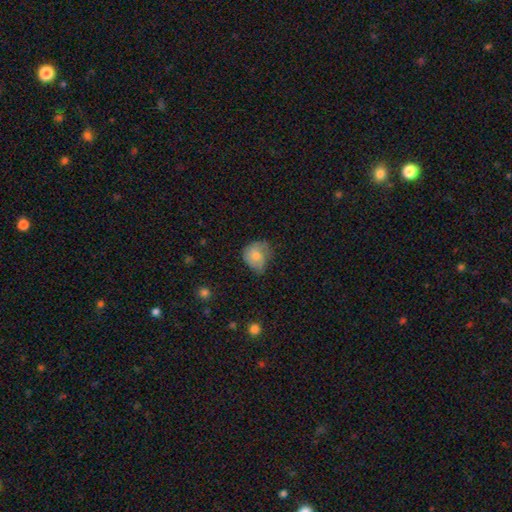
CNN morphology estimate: smooth 70%, featured or disk 22%, star or artifact 8%. Down the decision tree: how rounded — round (63%); merging — minor disturbance (43%).